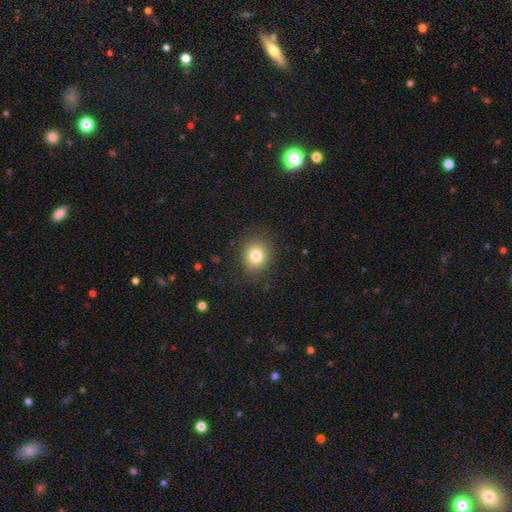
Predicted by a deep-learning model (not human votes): smooth-or-featured: smooth: 79% | star or artifact: 11% | featured or disk: 9%
  how-rounded: round: 74% | in between: 25% | cigar-shaped: 1%
  merging: none: 84% | minor disturbance: 11% | major disturbance: 4% | merger: 1%